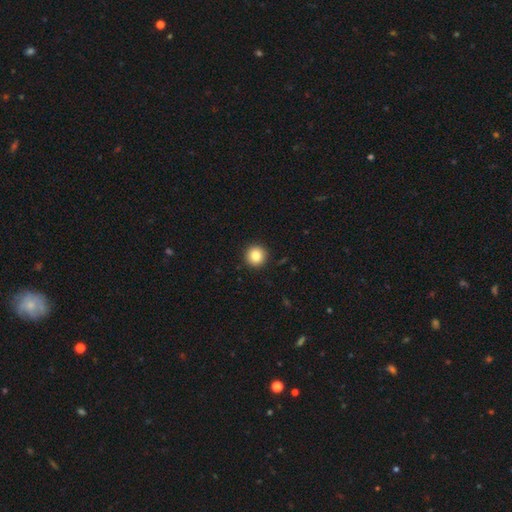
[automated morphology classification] The model was most divided on "smooth or featured": smooth: 84%, star or artifact: 10%, featured or disk: 6%. More confident: how rounded — round (95%); merging — none (93%).